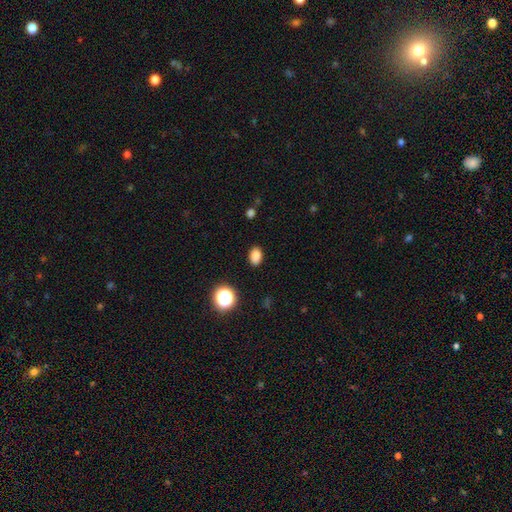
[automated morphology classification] A smooth galaxy with no disk features (83%) that is in between round and cigar-shaped (79%). Merging: none (88%).